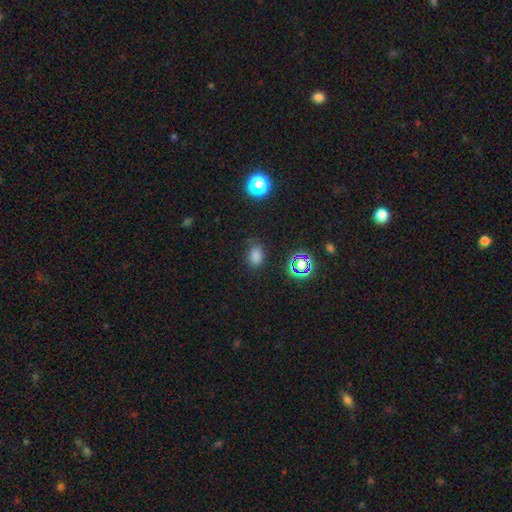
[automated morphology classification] A smooth galaxy with no disk features (74%) that is in between round and cigar-shaped (75%).

Vote fractions:
- Smooth or featured? smooth: 74% / star or artifact: 21% / featured or disk: 5%
- How rounded? in between: 75% / round: 24% / cigar-shaped: 2%
- Merging? none: 76% / minor disturbance: 16% / major disturbance: 5% / merger: 2%